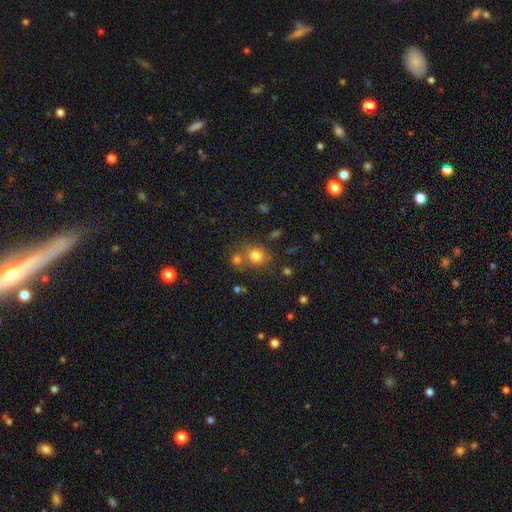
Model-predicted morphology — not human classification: This appears to be a smooth galaxy with no disk features (77%) that is round (79%). Merging: none (64%).